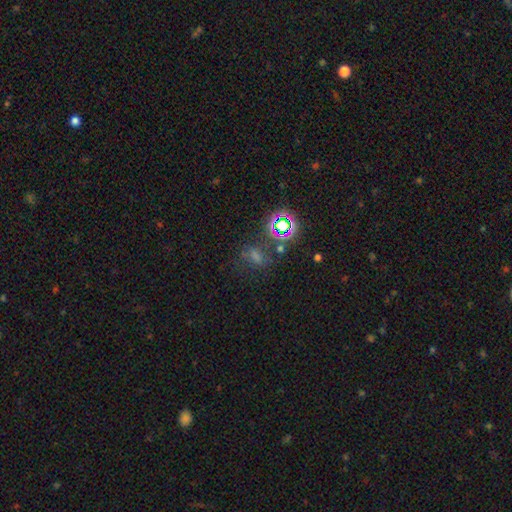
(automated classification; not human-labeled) Smooth or featured: star or artifact — 52% (smooth — 30%)